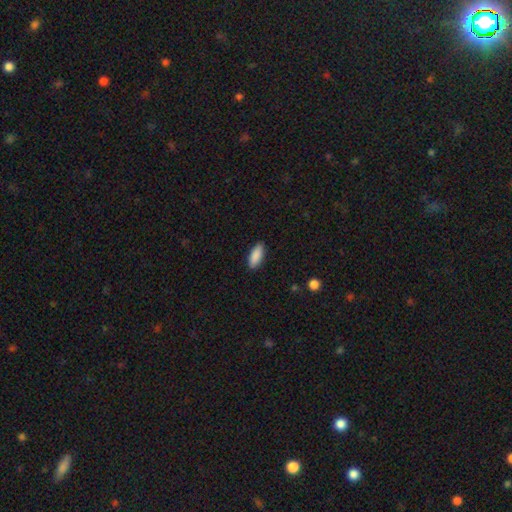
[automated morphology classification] Smooth or featured? Predicted: smooth (p=0.90). How rounded? Predicted: in between (p=0.78). Merging? Predicted: none (p=0.88).